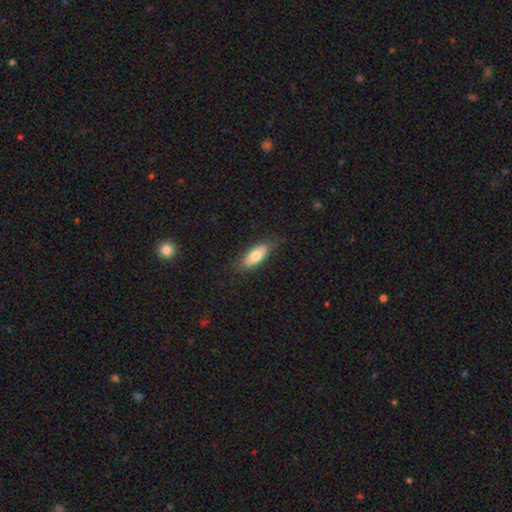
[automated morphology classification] smooth_or_featured: smooth (p=0.72) [alt: featured or disk p=0.21]
how_rounded: in between (p=0.76) [alt: cigar-shaped p=0.22]
merging: none (p=0.80) [alt: minor disturbance p=0.15]